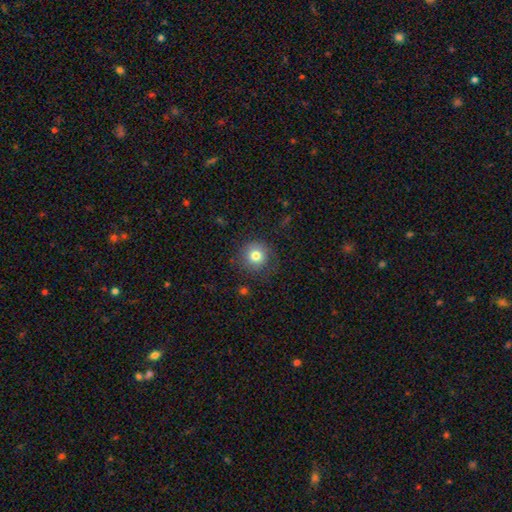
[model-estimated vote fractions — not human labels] smooth_or_featured: smooth (p=0.78) [alt: star or artifact p=0.11]
how_rounded: round (p=0.94) [alt: in between p=0.05]
merging: none (p=0.79) [alt: minor disturbance p=0.14]